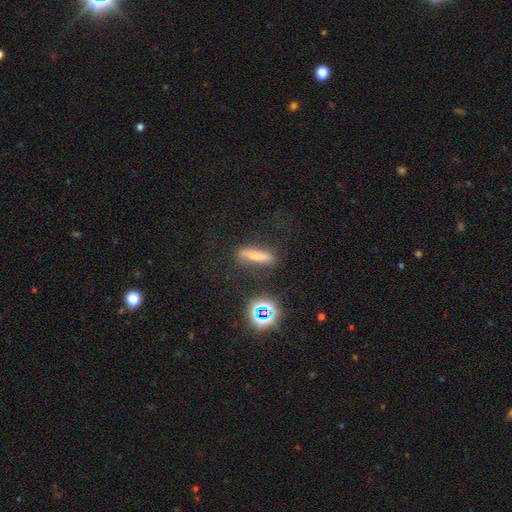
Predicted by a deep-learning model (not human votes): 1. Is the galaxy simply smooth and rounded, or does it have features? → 50% smooth, 28% featured or disk, 22% star or artifact.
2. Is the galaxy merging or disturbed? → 77% none, 14% minor disturbance, 6% major disturbance, 3% merger.